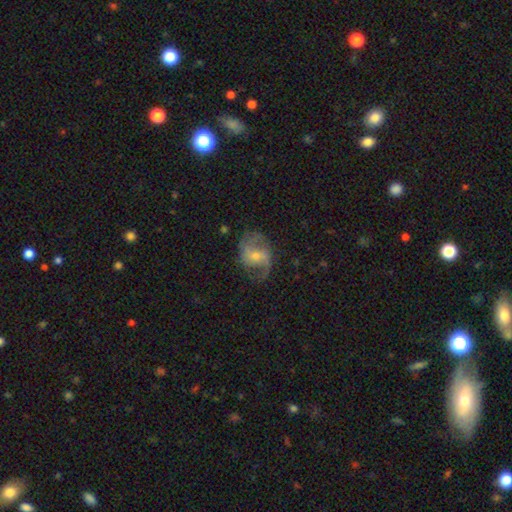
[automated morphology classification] smooth-or-featured: featured or disk: 75% | smooth: 18% | star or artifact: 7%
  disk-edge-on: no: 97% | yes: 3%
    bar: weak: 44% | no: 43% | strong: 14%
    has-spiral-arms: yes: 91% | no: 9%
      spiral-winding: loose: 46% | medium: 42% | tight: 12%
      spiral-arm-count: 2: 80% | can't tell: 8% | 1: 6% | 3: 3% | 4: 1% | more than 4: 1%
    bulge-size: small: 52% | moderate: 42% | none: 3% | large: 3% | dominant: 1%
  merging: none: 62% | minor disturbance: 22% | major disturbance: 15% | merger: 1%